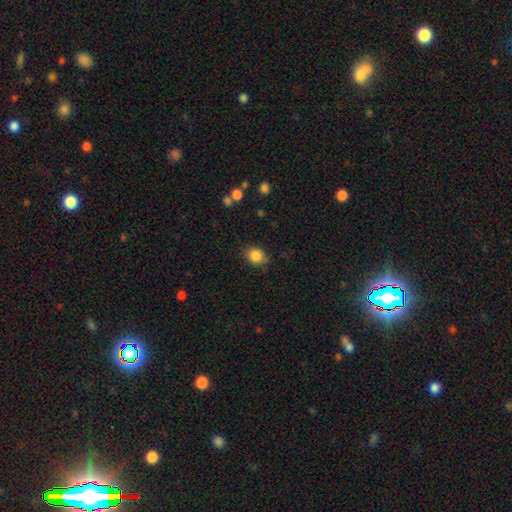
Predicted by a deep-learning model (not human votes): smooth 86%, star or artifact 9%, featured or disk 5%. Down the decision tree: how rounded — round (56%); merging — none (79%).